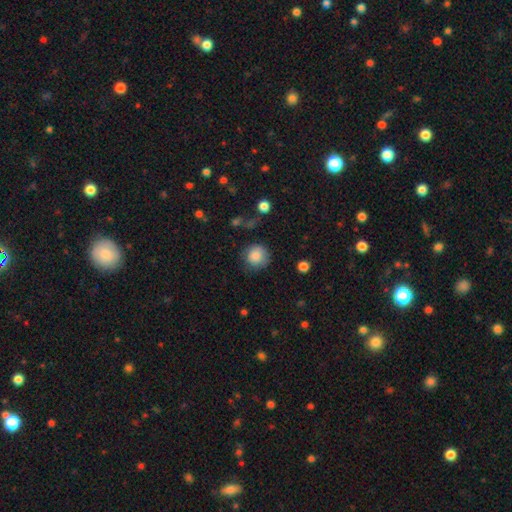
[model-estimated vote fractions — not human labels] Smooth or featured? smooth (85%)
How rounded? round (90%)
Merging? none (73%)